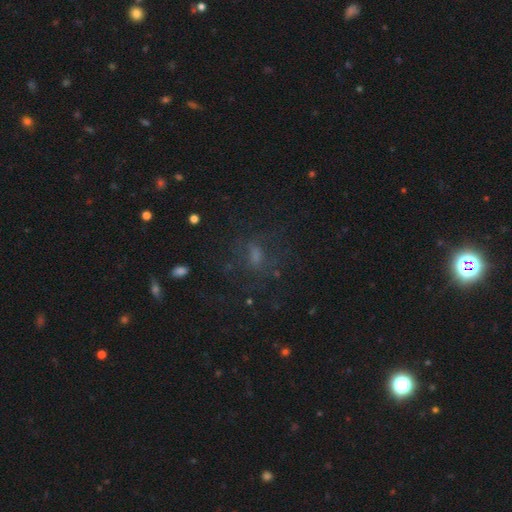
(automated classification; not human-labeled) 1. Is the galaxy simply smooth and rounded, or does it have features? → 43% smooth, 29% featured or disk, 28% star or artifact.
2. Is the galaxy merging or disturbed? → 61% none, 19% major disturbance, 17% minor disturbance, 2% merger.